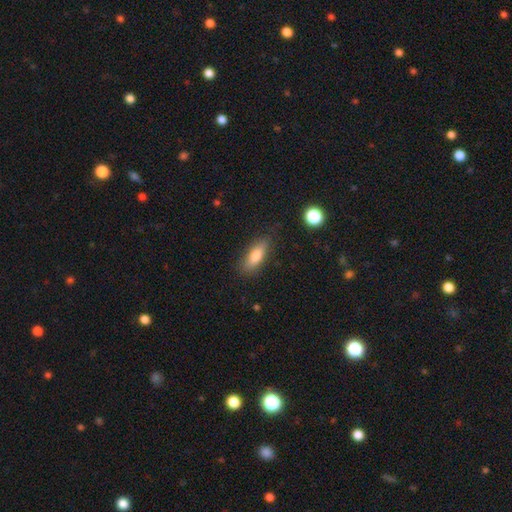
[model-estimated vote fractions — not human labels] Smooth or featured? Predicted: smooth (p=0.76). How rounded? Predicted: in between (p=0.63). Merging? Predicted: none (p=0.81).